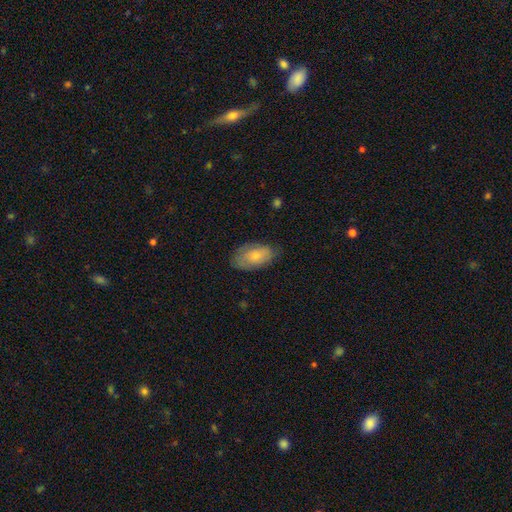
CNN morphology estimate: smooth-or-featured: smooth: 69% | featured or disk: 25% | star or artifact: 6%
  how-rounded: in between: 93% | round: 5% | cigar-shaped: 2%
  merging: none: 70% | minor disturbance: 23% | major disturbance: 5% | merger: 1%